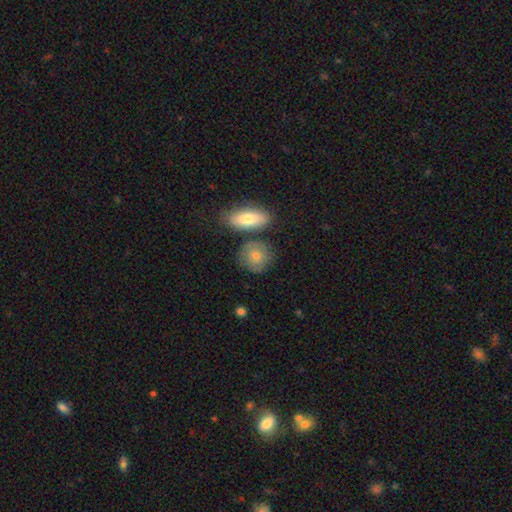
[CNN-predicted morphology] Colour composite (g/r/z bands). It shows a smooth galaxy with no disk features (76%) that is round (70%). Merging: none (68%).